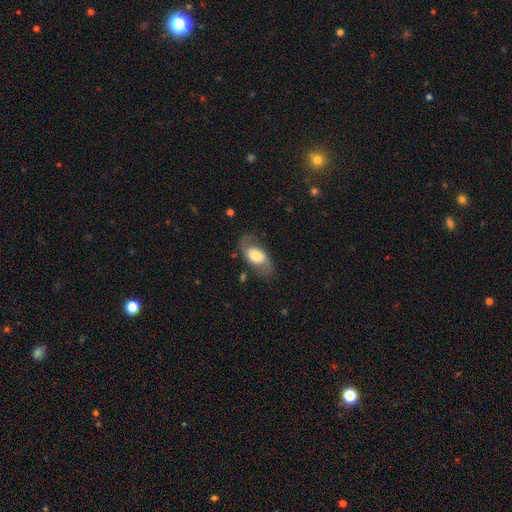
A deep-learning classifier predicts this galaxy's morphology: type=featured or disk (63%); edge-on=no (94%); bar=no (62%); spiral arms=yes (85%); winding=loose (48%); arm count=2 (87%); bulge=moderate (43%); merging=none (68%).